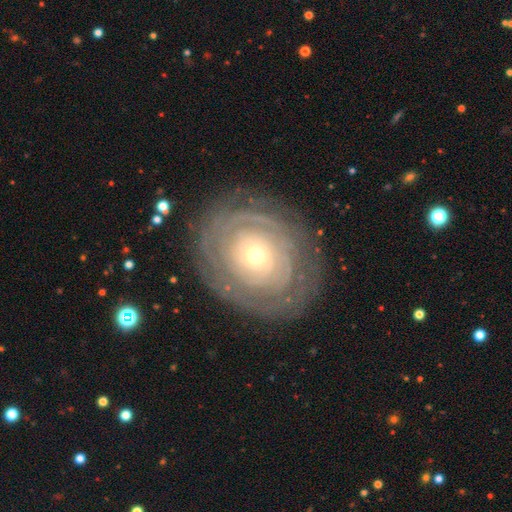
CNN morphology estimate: Smooth or featured? featured or disk (72%)
Edge-on disk? no (96%)
Bar? no (87%)
Spiral arms? yes (65%)
Bulge size? small (69%)
Merging? none (80%)